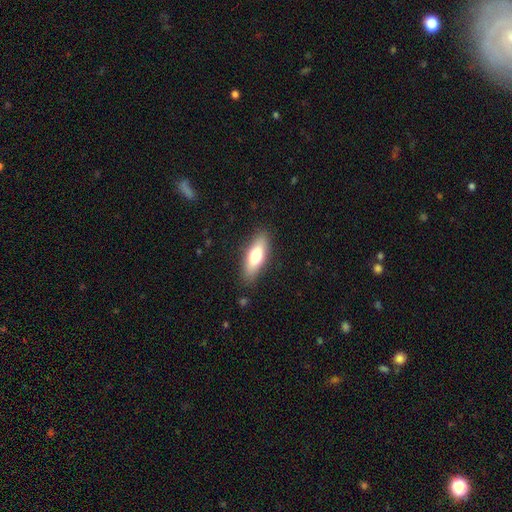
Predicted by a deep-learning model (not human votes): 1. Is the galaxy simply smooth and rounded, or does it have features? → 70% smooth, 24% featured or disk, 6% star or artifact.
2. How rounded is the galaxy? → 60% in between, 38% cigar-shaped, 2% round.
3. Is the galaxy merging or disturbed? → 86% none, 10% minor disturbance, 2% major disturbance, 1% merger.